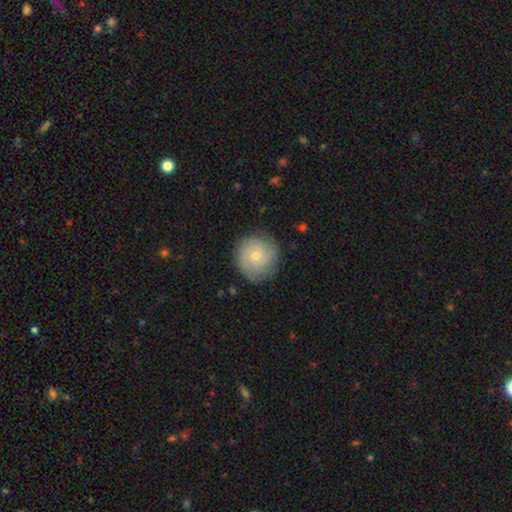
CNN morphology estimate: smooth-or-featured: featured or disk: 59% | smooth: 33% | star or artifact: 8%
  disk-edge-on: no: 97% | yes: 3%
    bar: no: 80% | weak: 17% | strong: 3%
    has-spiral-arms: yes: 86% | no: 14%
    bulge-size: small: 62% | moderate: 34% | large: 1% | none: 1% | dominant: 1%
  merging: none: 82% | minor disturbance: 13% | major disturbance: 4% | merger: 1%